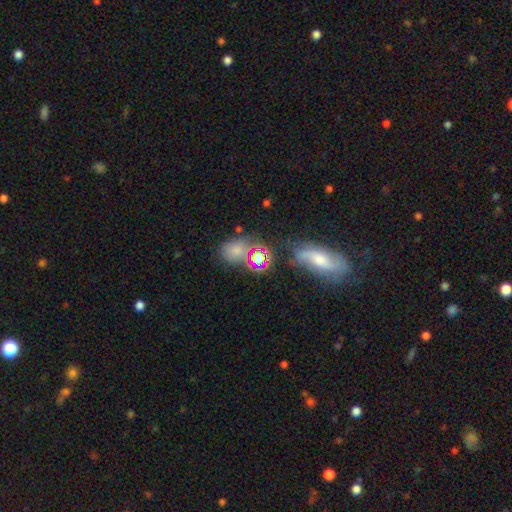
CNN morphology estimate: Smooth or featured: smooth — 46% (featured or disk — 33%)
Merging: none — 62% (merger — 20%)